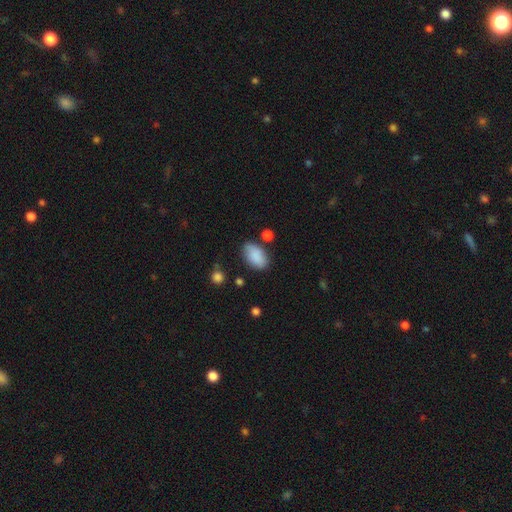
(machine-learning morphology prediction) Overall: smooth (87%). How rounded: in between (91%). Merging: none (72%).